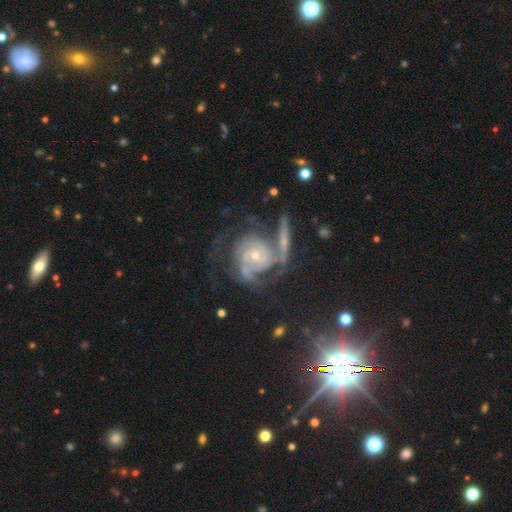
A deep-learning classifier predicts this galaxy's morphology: Smooth or featured? Predicted: featured or disk (p=0.89). Edge-on disk? Predicted: no (p=0.97). Bar? Predicted: no (p=0.73). Spiral arms? Predicted: yes (p=0.97). Spiral winding? Predicted: tight (p=0.65). Spiral arm count? Predicted: 3 (p=0.32). Bulge size? Predicted: small (p=0.59). Merging? Predicted: none (p=0.47).